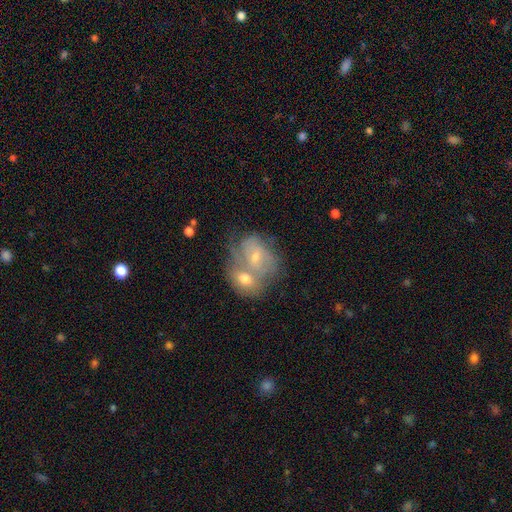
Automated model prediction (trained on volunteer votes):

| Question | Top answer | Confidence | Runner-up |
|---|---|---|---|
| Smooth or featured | featured or disk | 57% | smooth (36%) |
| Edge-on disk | no | 96% | yes (4%) |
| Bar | no | 60% | weak (34%) |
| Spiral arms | yes | 69% | no (31%) |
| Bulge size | small | 56% | moderate (38%) |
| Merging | merger | 66% | none (19%) |